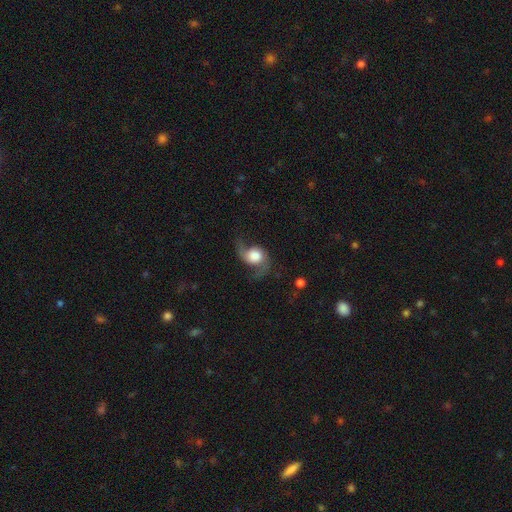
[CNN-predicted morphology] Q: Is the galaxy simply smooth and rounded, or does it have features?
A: featured or disk — 69%.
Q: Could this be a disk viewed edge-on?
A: no — 97%.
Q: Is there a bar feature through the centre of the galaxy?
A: no — 71%.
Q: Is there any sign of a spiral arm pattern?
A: yes — 94%.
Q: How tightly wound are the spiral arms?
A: loose — 73%.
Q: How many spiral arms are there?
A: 2 — 86%.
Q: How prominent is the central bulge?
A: large — 46%.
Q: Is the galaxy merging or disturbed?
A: none — 54%.